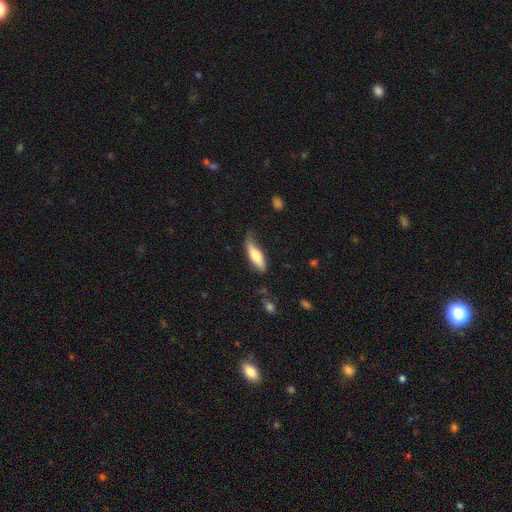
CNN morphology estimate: Smooth or featured? smooth (66%)
How rounded? in between (49%, tied with cigar-shaped)
Merging? none (54%)